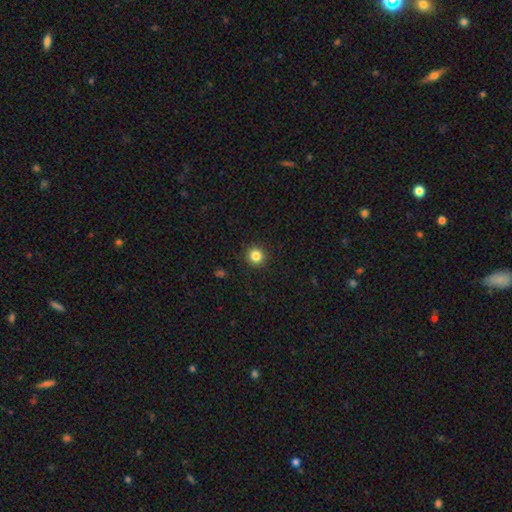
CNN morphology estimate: Smooth or featured: smooth — 84% (star or artifact — 11%)
How rounded: round — 93% (in between — 6%)
Merging: none — 92% (minor disturbance — 5%)